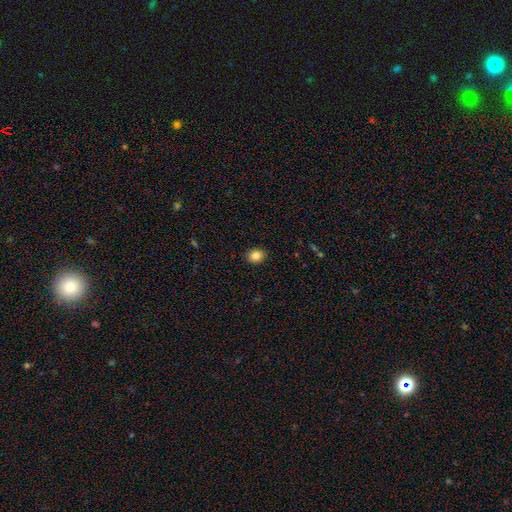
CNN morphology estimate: type=smooth (85%); roundness=round (50%); merging=none (90%).